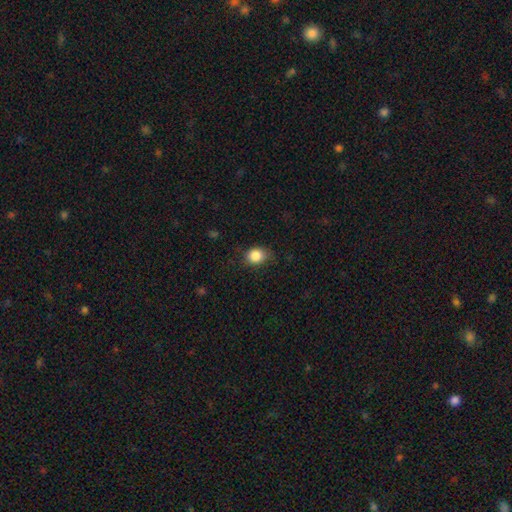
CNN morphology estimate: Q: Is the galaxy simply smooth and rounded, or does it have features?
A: smooth — 85%.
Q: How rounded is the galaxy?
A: round — 55%.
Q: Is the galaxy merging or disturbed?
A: none — 71%.